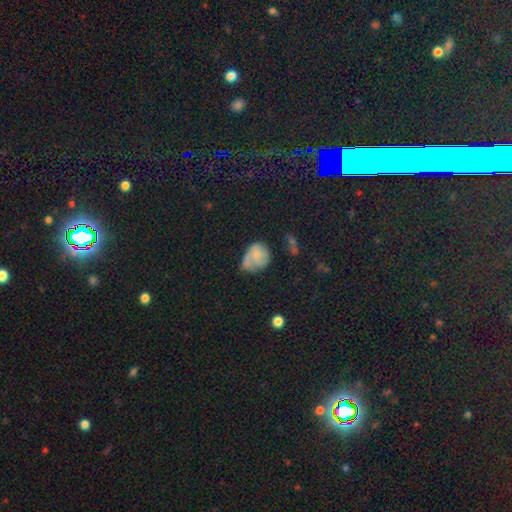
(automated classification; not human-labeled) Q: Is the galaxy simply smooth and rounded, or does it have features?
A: smooth — 59%.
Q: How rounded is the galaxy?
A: round — 55%.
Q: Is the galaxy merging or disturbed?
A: none — 34%, tied with minor disturbance.